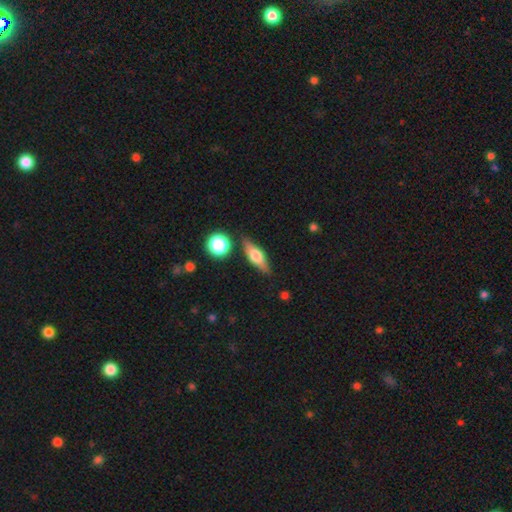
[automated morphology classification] Smooth or featured? Predicted: featured or disk (p=0.47). Merging? Predicted: none (p=0.81).